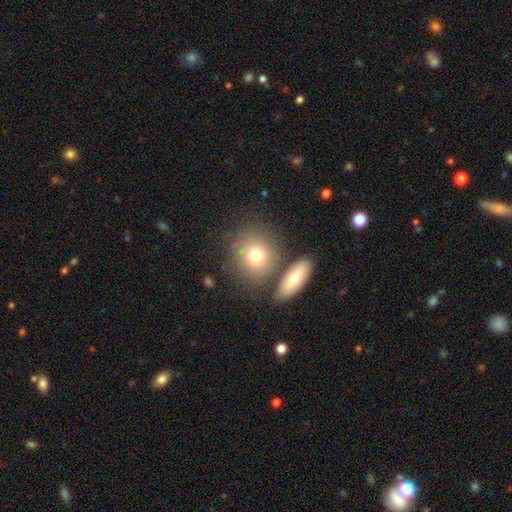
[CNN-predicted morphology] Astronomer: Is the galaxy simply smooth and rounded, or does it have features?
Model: smooth — 74%.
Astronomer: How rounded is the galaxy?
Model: round — 75%.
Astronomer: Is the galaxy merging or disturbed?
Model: none — 67%.